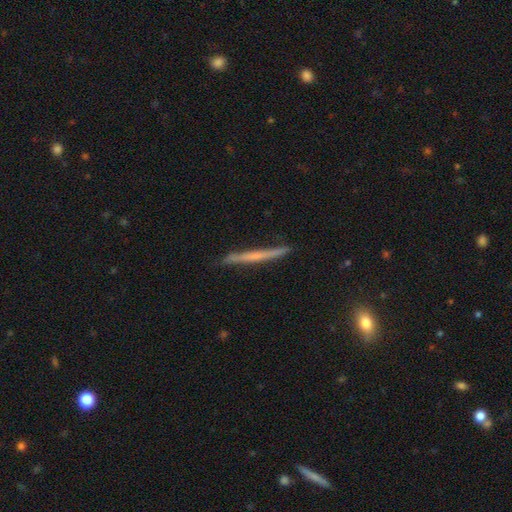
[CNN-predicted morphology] Smooth or featured: featured or disk — 53% (smooth — 40%)
Edge-on disk: yes — 97% (no — 3%)
Edge-on bulge: none — 80% (rounded — 14%)
Merging: none — 86% (minor disturbance — 10%)